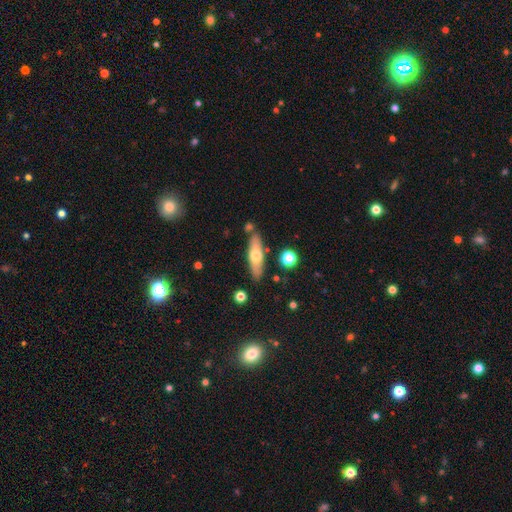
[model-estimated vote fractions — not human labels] A smooth galaxy with no disk features (54%) that is cigar-shaped (58%).

Vote fractions:
- Smooth or featured? smooth: 54% / featured or disk: 40% / star or artifact: 6%
- How rounded? cigar-shaped: 58% / in between: 39% / round: 2%
- Merging? none: 80% / minor disturbance: 12% / merger: 5% / major disturbance: 3%